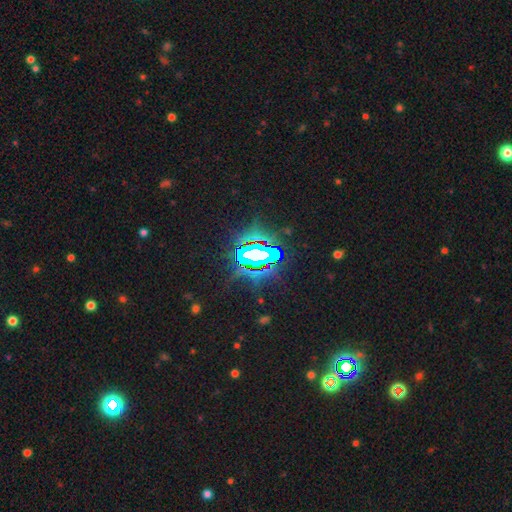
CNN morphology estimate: star or artifact 73%, featured or disk 16%, smooth 11%.